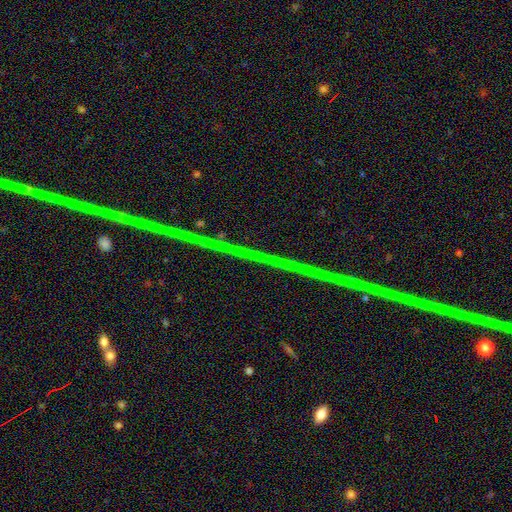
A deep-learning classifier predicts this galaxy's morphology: Smooth or featured? Predicted: star or artifact (p=0.78).